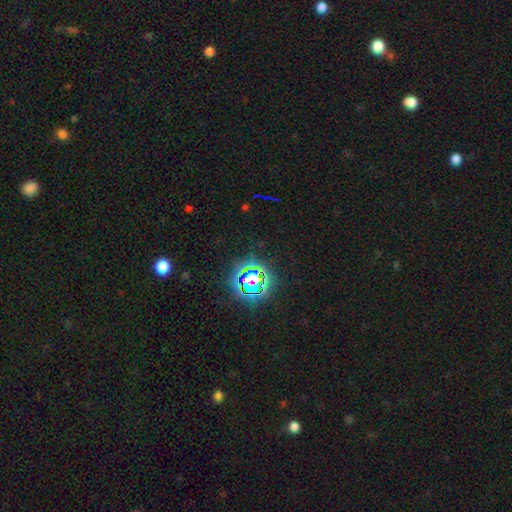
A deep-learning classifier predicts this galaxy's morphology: Smooth or featured? star or artifact (79%)